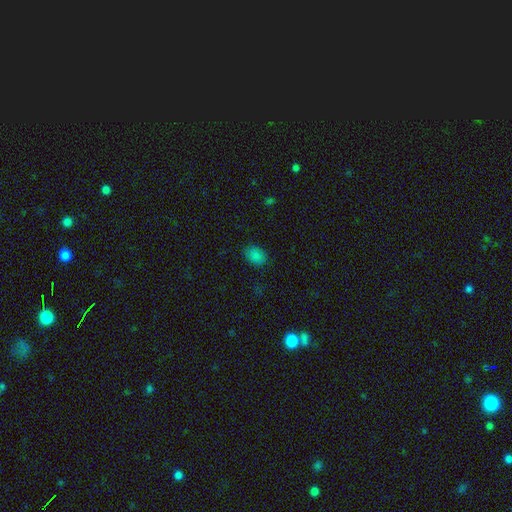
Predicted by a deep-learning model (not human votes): smooth-or-featured: smooth: 83% | star or artifact: 13% | featured or disk: 4%
  how-rounded: in between: 74% | round: 25% | cigar-shaped: 1%
  merging: none: 84% | minor disturbance: 12% | major disturbance: 3% | merger: 1%